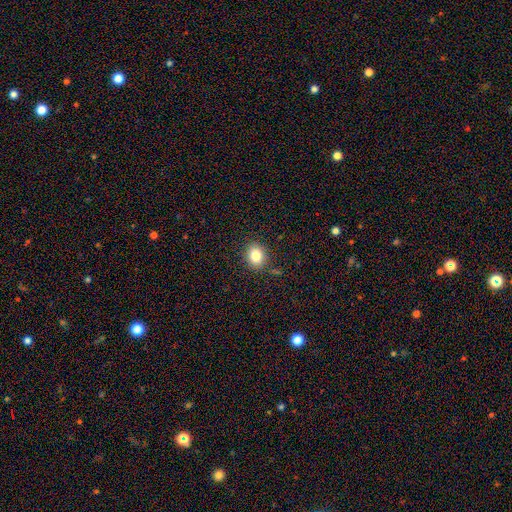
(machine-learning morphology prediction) Overall: smooth (82%). How rounded: round (54%; in between 45%). Merging: none (86%).